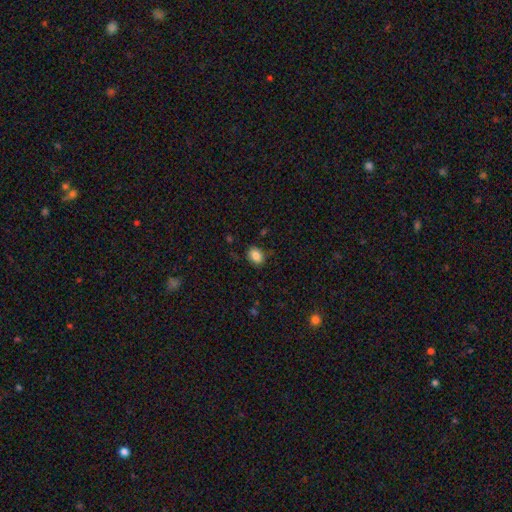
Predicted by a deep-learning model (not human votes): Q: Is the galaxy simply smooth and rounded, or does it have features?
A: smooth — 85%.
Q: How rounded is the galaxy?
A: in between — 60%.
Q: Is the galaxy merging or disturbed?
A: none — 82%.